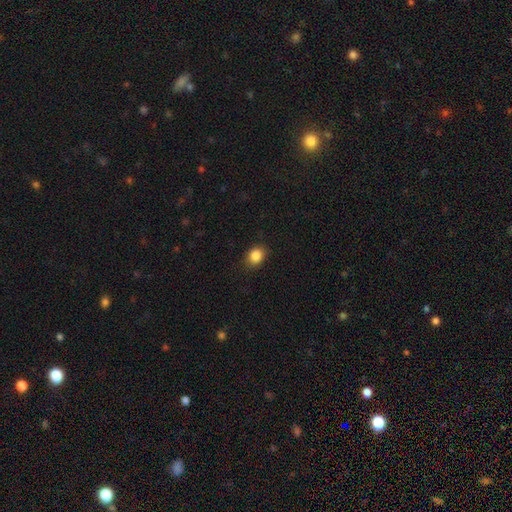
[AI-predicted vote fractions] Smooth or featured? smooth (86%)
How rounded? round (50%)
Merging? none (87%)